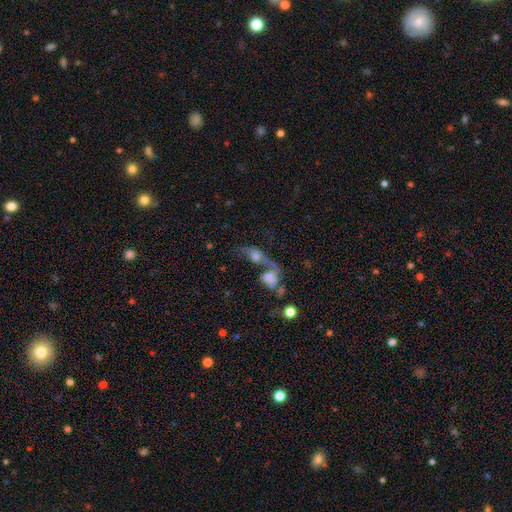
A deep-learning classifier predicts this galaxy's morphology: Smooth or featured: smooth — 43% (featured or disk — 42%)
Merging: merger — 52% (none — 22%)